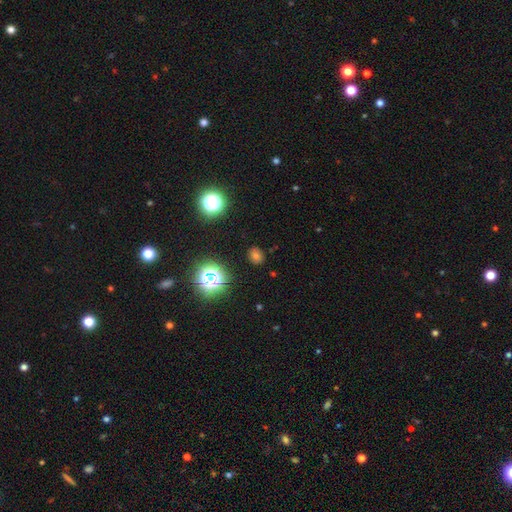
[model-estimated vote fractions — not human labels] A smooth galaxy with no disk features (62%) that is round (53%). Merging: none (85%).